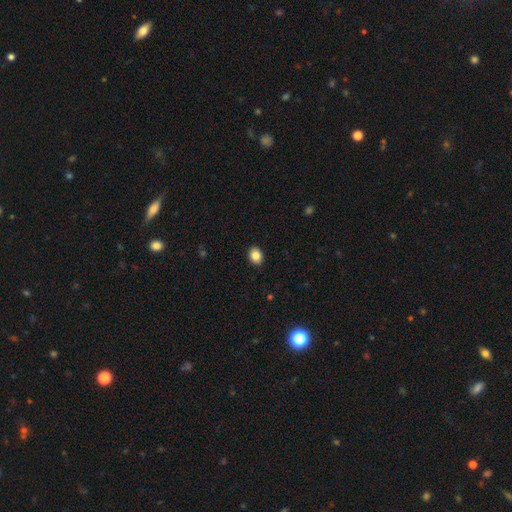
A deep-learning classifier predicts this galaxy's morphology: type=smooth (85%); roundness=in between (60%); merging=none (90%).